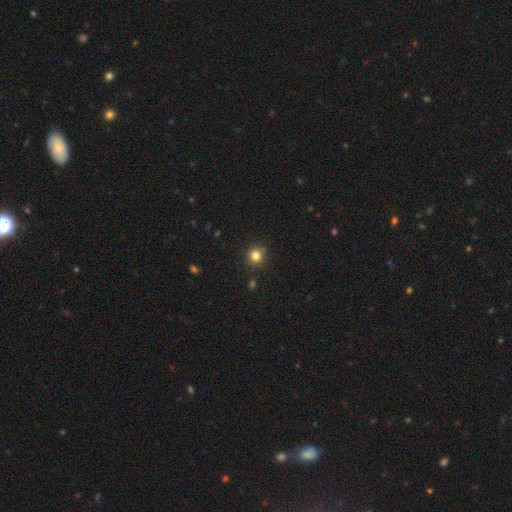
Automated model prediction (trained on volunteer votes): Q: Smooth or featured?
A: smooth (82%); runner-up: star or artifact (13%)
Q: How rounded?
A: round (92%); runner-up: in between (7%)
Q: Merging?
A: none (89%); runner-up: minor disturbance (7%)